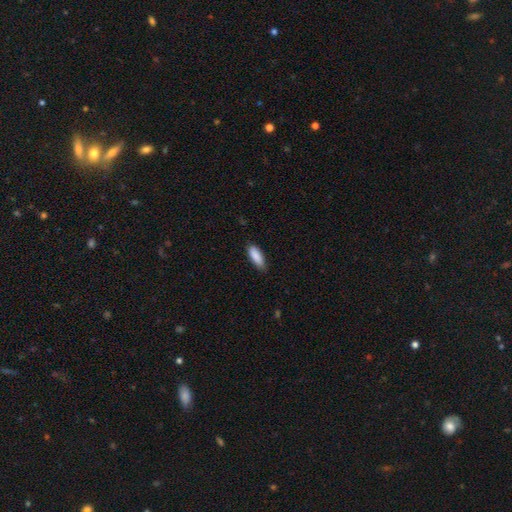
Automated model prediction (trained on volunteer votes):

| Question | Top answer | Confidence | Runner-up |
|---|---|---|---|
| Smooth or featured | smooth | 89% | star or artifact (6%) |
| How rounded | in between | 68% | cigar-shaped (31%) |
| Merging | none | 79% | minor disturbance (17%) |